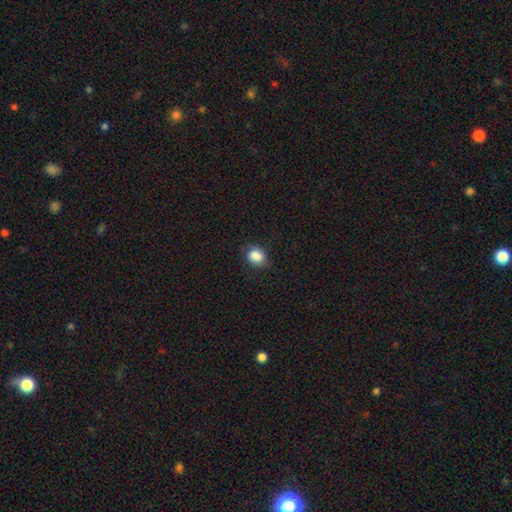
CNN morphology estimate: This appears to be a smooth galaxy with no disk features (86%) that is round (51%). Merging: none (75%).